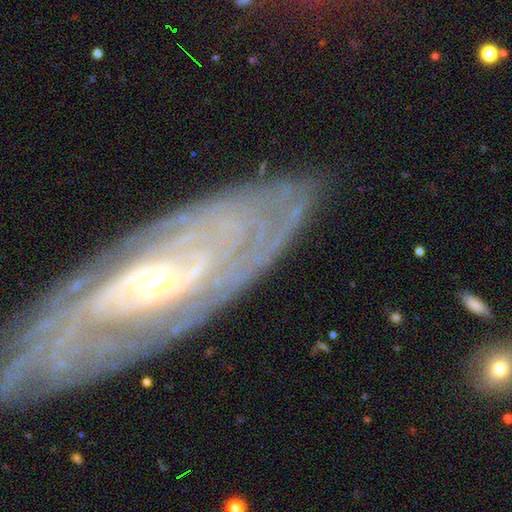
Q: Smooth or featured?
A: featured or disk (95%); runner-up: star or artifact (5%)
Q: Edge-on disk?
A: no (89%); runner-up: yes (11%)
Q: Bar?
A: no (71%); runner-up: weak (26%)
Q: Spiral arms?
A: yes (97%); runner-up: no (3%)
Q: Spiral winding?
A: tight (76%); runner-up: medium (18%)
Q: Spiral arm count?
A: can't tell (73%); runner-up: more than 4 (21%)
Q: Bulge size?
A: small (71%); runner-up: moderate (21%)
Q: Merging?
A: none (95%); runner-up: minor disturbance (5%)